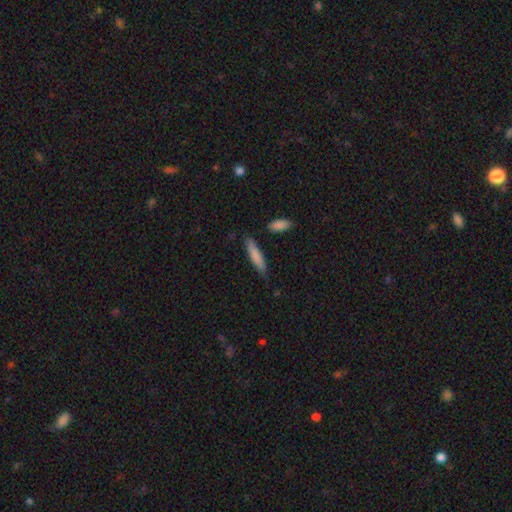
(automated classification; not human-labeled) A smooth galaxy with no disk features (80%) that is cigar-shaped (82%).

Vote fractions:
- Smooth or featured? smooth: 80% / featured or disk: 14% / star or artifact: 6%
- How rounded? cigar-shaped: 82% / in between: 17% / round: 2%
- Merging? none: 79% / minor disturbance: 14% / merger: 4% / major disturbance: 3%